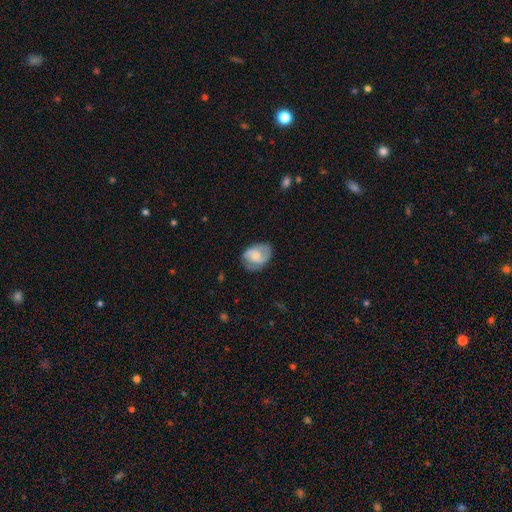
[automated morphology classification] This is possibly a featured or disk galaxy (57%). It is clearly not viewed edge-on (97%). Bar: possibly no (58%). Spiral arm pattern: clearly yes (86%). Central bulge: marginally moderate (42%). Merging: likely none (68%).